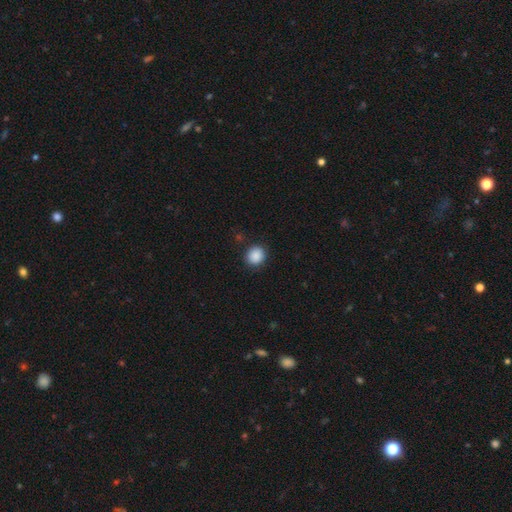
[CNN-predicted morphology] Overall: smooth (89%). How rounded: round (83%). Merging: none (87%).